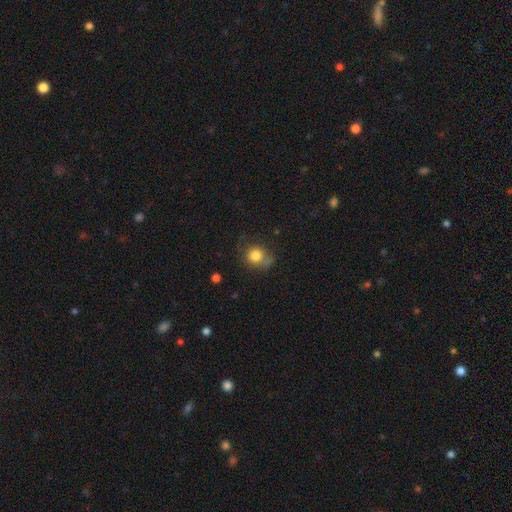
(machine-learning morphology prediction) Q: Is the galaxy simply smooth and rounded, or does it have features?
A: smooth — 80%.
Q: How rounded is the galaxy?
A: round — 85%.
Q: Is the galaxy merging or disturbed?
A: none — 62%.